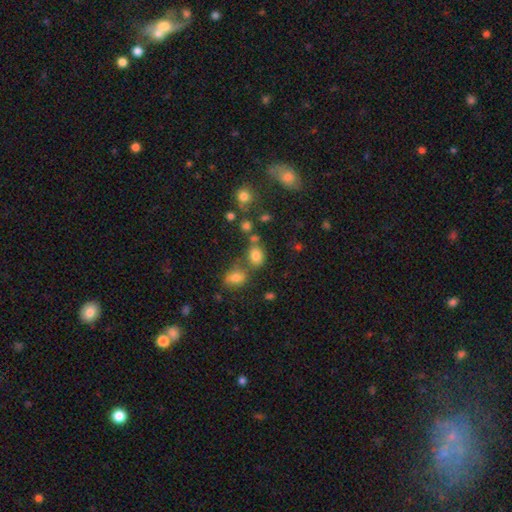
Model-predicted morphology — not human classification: Overall: smooth (78%). How rounded: in between (62%; round 36%). Merging: none (59%; merger 22%).